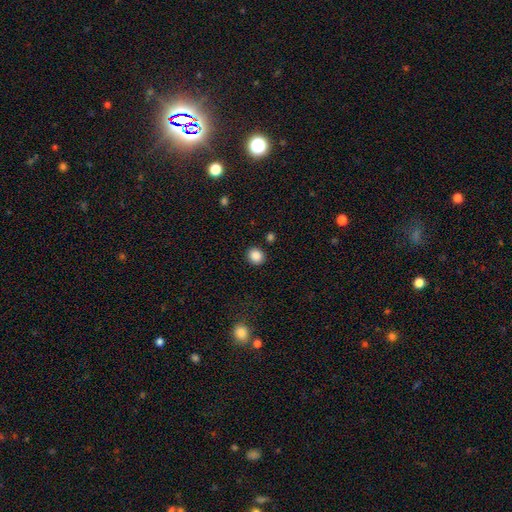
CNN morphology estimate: This is clearly a smooth galaxy (87%). How rounded: likely round (78%). Merging: clearly none (89%).